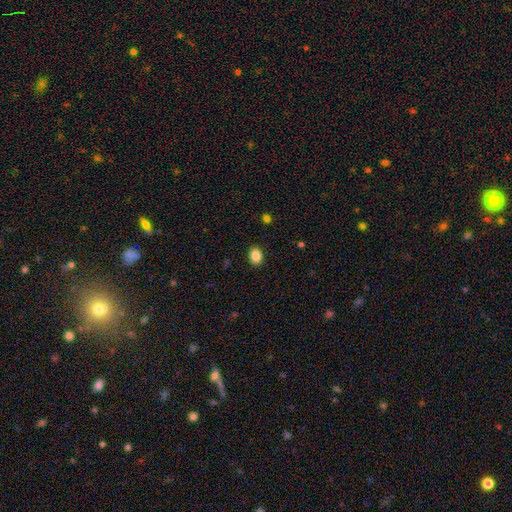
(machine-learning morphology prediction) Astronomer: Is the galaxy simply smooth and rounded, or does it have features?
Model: smooth — 86%.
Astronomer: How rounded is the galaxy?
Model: in between — 63%.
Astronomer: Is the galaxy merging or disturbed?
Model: none — 89%.